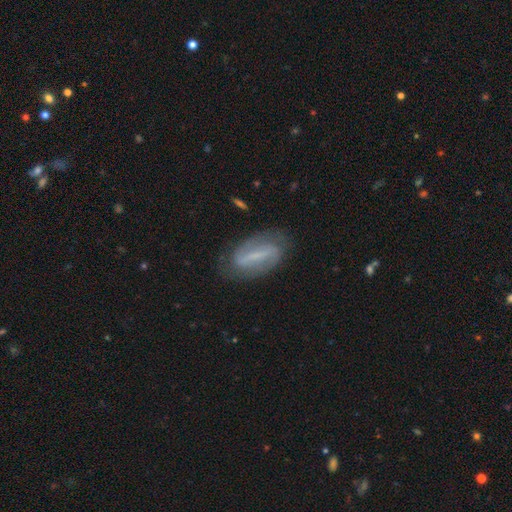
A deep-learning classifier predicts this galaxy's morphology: Smooth or featured?
  - featured or disk: 75% *
  - smooth: 18%
  - star or artifact: 7%
Edge-on disk?
  - no: 91% *
  - yes: 9%
Bar?
  - strong: 65% *
  - weak: 27%
  - no: 9%
Spiral arms?
  - yes: 82% *
  - no: 18%
Spiral winding?
  - medium: 40% *
  - tight: 32%
  - loose: 28%
Spiral arm count?
  - 2: 81% *
  - can't tell: 12%
  - 1: 3%
  - 3: 1%
  - 4: 1%
  - more than 4: 1%
Bulge size?
  - small: 49% *
  - none: 34%
  - moderate: 14%
  - large: 2%
  - dominant: 1%
Merging?
  - none: 79% *
  - minor disturbance: 15%
  - major disturbance: 5%
  - merger: 2%